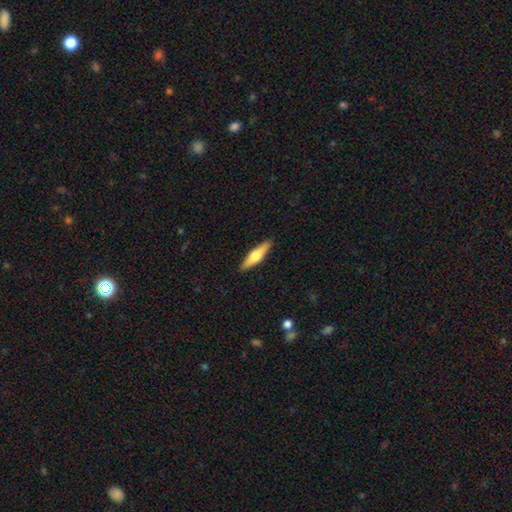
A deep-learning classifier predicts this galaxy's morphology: A featured or disk galaxy (50%). Merging: none (90%).